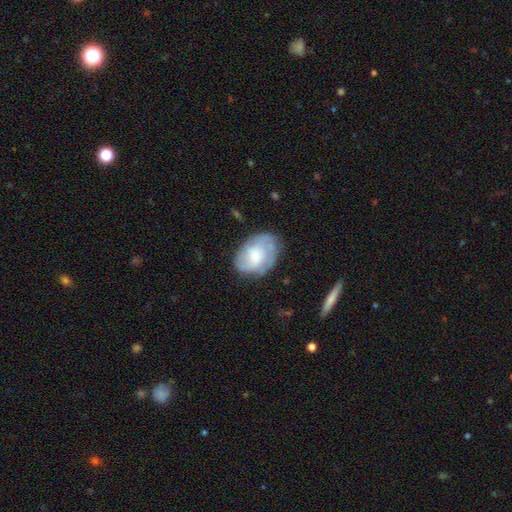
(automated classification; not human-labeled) Smooth or featured: featured or disk — 56% (smooth — 37%)
Edge-on disk: no — 97% (yes — 3%)
Bar: no — 62% (weak — 32%)
Spiral arms: yes — 80% (no — 20%)
Bulge size: moderate — 41% (small — 33%)
Merging: none — 66% (minor disturbance — 23%)